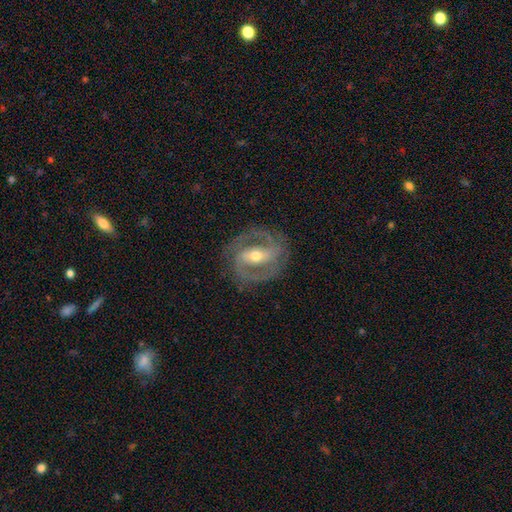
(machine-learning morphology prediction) Overall: featured or disk (88%). Edge-on disk: no (97%). Bar: strong (41%; weak 40%). Spiral arms: yes (94%). Spiral arm count: 2 (83%). Spiral winding: medium (50%; tight 37%). Bulge size: moderate (67%). Merging: none (80%).